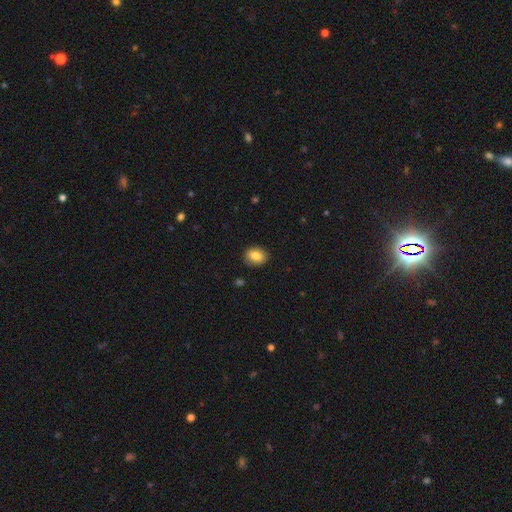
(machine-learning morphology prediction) Smooth or featured? smooth (83%)
How rounded? in between (61%)
Merging? none (87%)